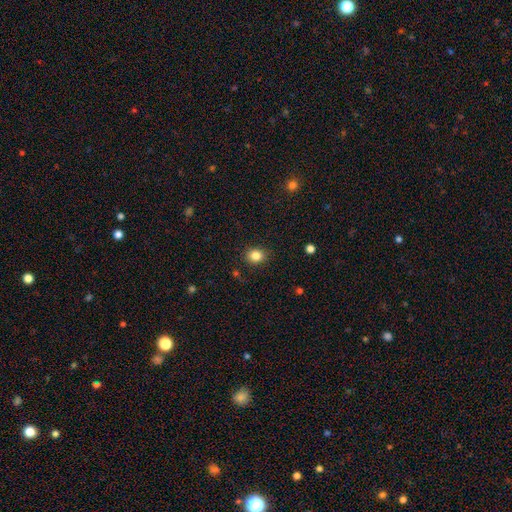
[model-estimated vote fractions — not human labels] Smooth or featured?
  - smooth: 84% *
  - star or artifact: 11%
  - featured or disk: 5%
How rounded?
  - round: 65% *
  - in between: 34%
  - cigar-shaped: 1%
Merging?
  - none: 87% *
  - minor disturbance: 9%
  - major disturbance: 2%
  - merger: 1%